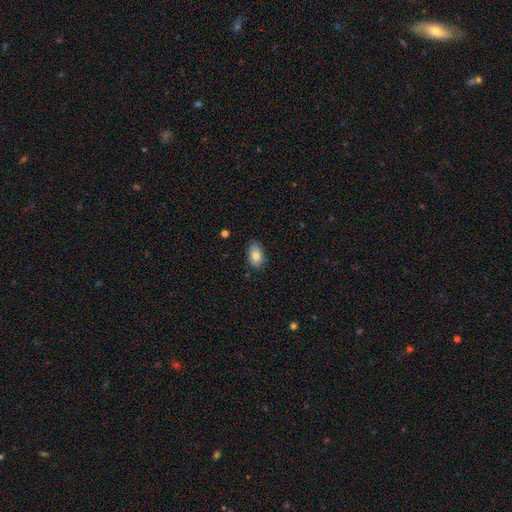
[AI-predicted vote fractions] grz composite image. It shows a smooth galaxy with no disk features (81%) that is in between round and cigar-shaped (89%). Merging: none (80%).